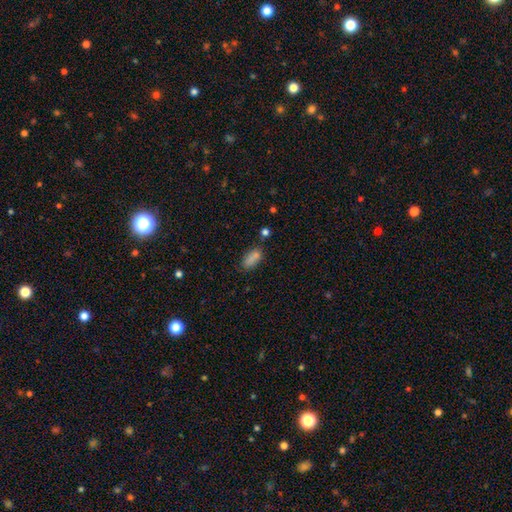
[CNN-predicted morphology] A smooth galaxy with no disk features (79%) that is in between round and cigar-shaped (79%). Merging: none (71%).